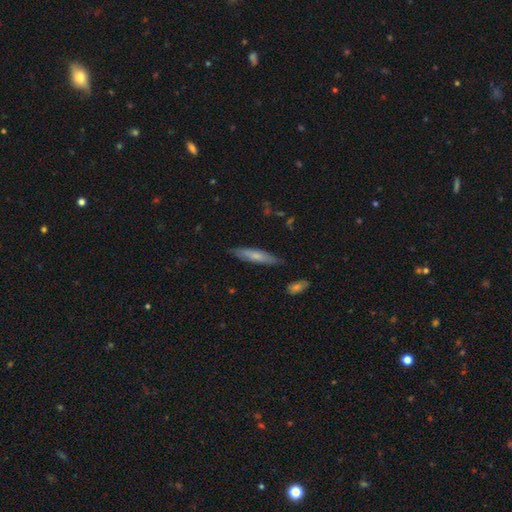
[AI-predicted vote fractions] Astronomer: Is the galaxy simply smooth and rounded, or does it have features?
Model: smooth — 62%.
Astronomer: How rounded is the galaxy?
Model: cigar-shaped — 84%.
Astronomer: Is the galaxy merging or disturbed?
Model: none — 83%.